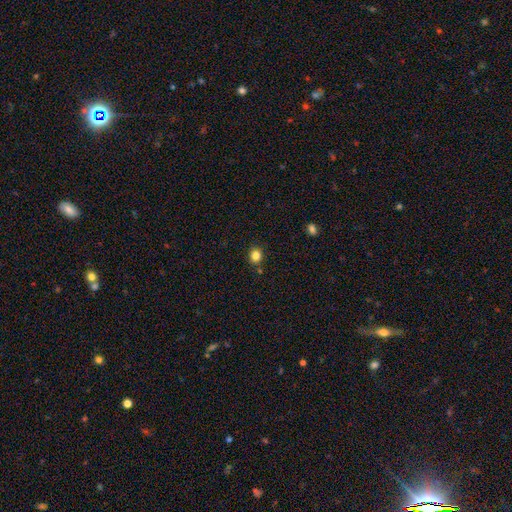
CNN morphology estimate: Smooth or featured?
  - smooth: 83% *
  - star or artifact: 12%
  - featured or disk: 5%
How rounded?
  - round: 72% *
  - in between: 27%
  - cigar-shaped: 1%
Merging?
  - none: 85% *
  - minor disturbance: 9%
  - merger: 4%
  - major disturbance: 2%